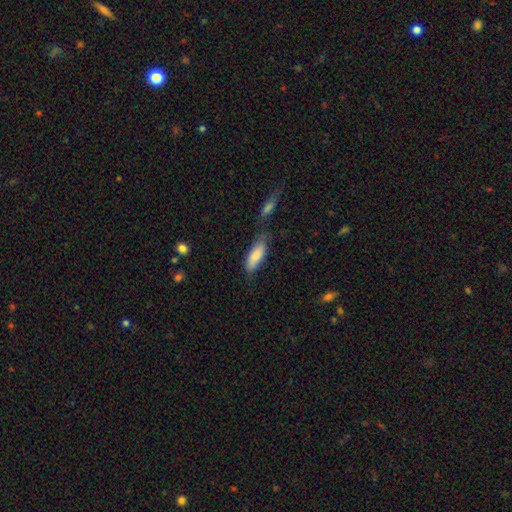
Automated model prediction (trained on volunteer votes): Morphology: type=smooth (84%); roundness=in between (69%); merging=none (54%).